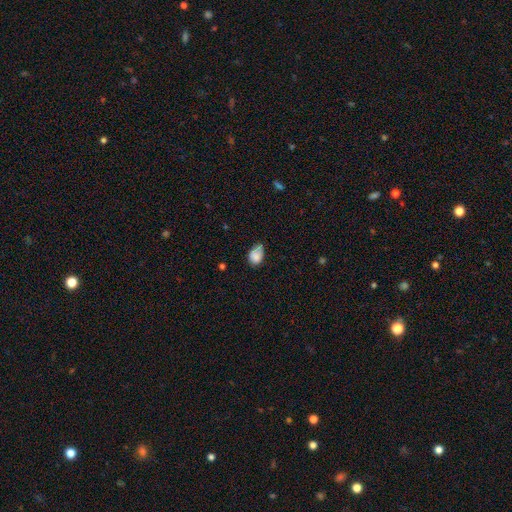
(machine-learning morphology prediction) smooth 80%, featured or disk 11%, star or artifact 9%. Down the decision tree: how rounded — in between (74%); merging — minor disturbance (42%).